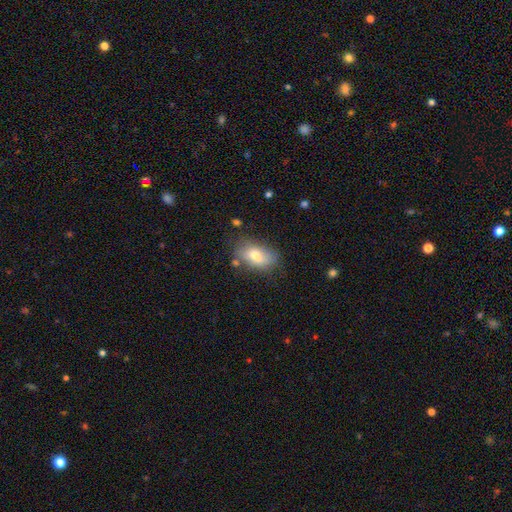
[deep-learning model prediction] Smooth or featured: smooth — 71% (featured or disk — 20%)
How rounded: in between — 88% (round — 10%)
Merging: none — 68% (minor disturbance — 21%)